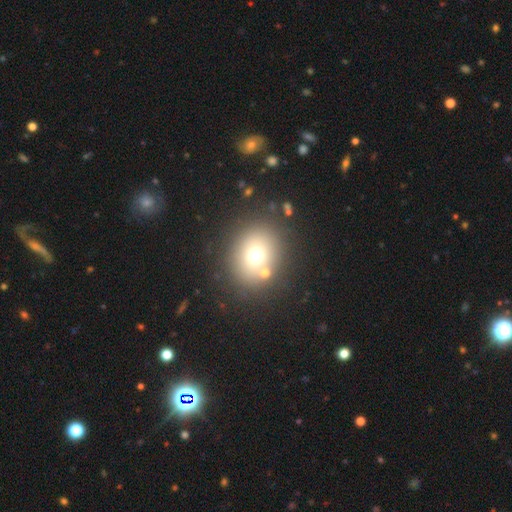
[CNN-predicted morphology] The model was most divided on "how rounded": round: 68%, in between: 31%, cigar-shaped: 1%. More confident: merging — none (77%); smooth or featured — smooth (68%).